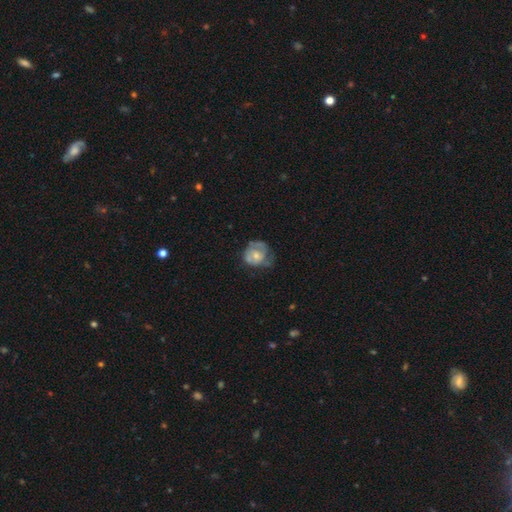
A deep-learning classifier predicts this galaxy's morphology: This is possibly a featured or disk galaxy (46%, tied with smooth). Merging: marginally none (39%).